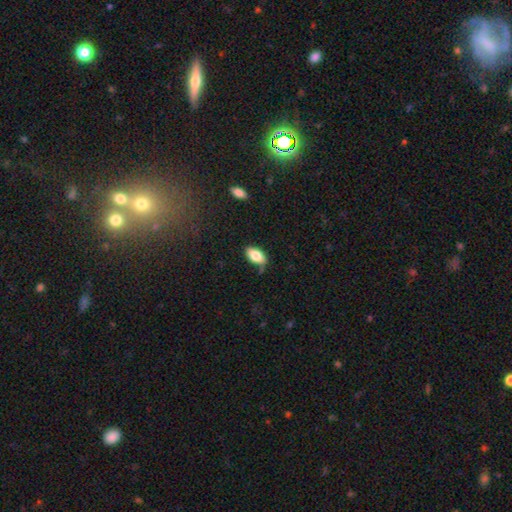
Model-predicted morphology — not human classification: Smooth or featured: smooth — 81% (featured or disk — 12%)
How rounded: in between — 93% (cigar-shaped — 4%)
Merging: none — 71% (minor disturbance — 21%)